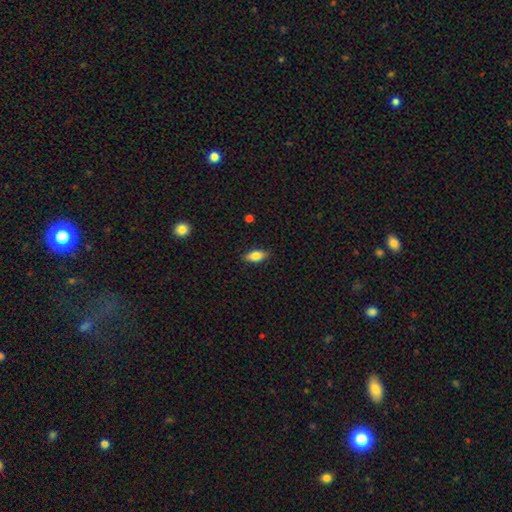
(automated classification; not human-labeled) Smooth or featured? smooth (78%)
How rounded? in between (81%)
Merging? none (86%)